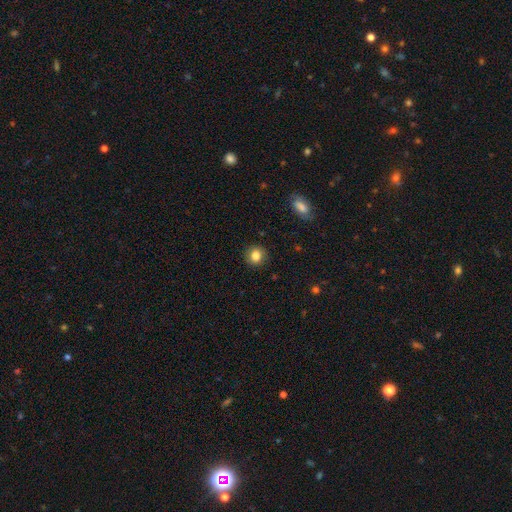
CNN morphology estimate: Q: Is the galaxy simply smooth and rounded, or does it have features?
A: smooth — 83%.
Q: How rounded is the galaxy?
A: round — 88%.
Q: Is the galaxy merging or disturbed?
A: none — 90%.